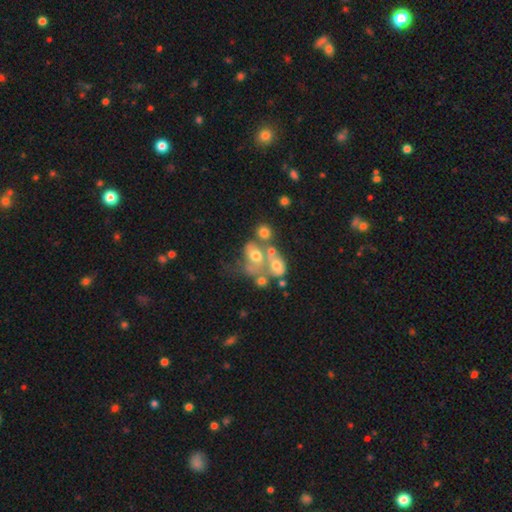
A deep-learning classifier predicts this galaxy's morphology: Smooth or featured: smooth — 45% (featured or disk — 39%)
Merging: merger — 53% (major disturbance — 19%)